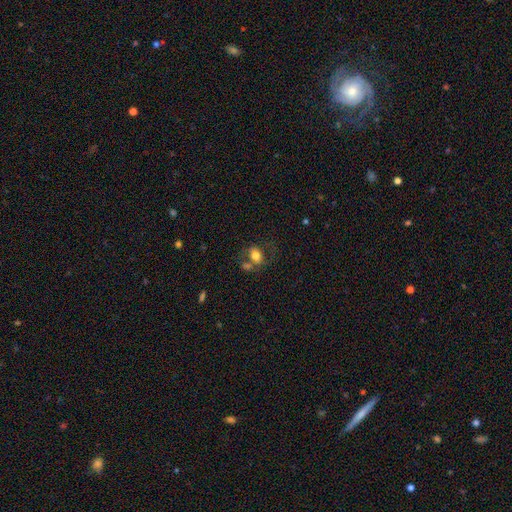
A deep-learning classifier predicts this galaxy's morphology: smooth-or-featured: smooth: 70% | featured or disk: 21% | star or artifact: 9%
  how-rounded: in between: 68% | round: 30% | cigar-shaped: 1%
  merging: none: 43% | merger: 31% | minor disturbance: 15% | major disturbance: 10%